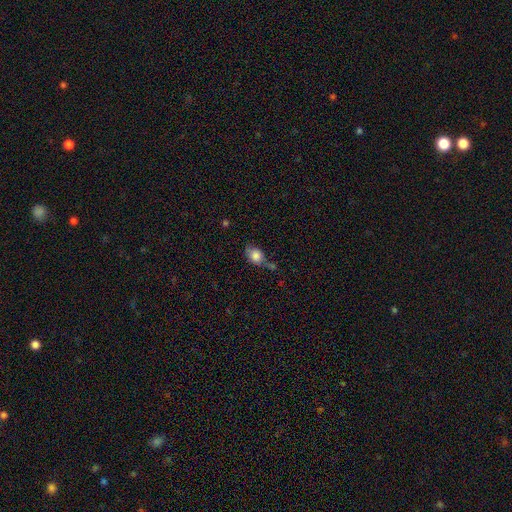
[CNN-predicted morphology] A smooth galaxy with no disk features (79%) that is in between round and cigar-shaped (60%).

Vote fractions:
- Smooth or featured? smooth: 79% / featured or disk: 12% / star or artifact: 9%
- How rounded? in between: 60% / round: 38% / cigar-shaped: 2%
- Merging? none: 40% / minor disturbance: 29% / merger: 16% / major disturbance: 15%